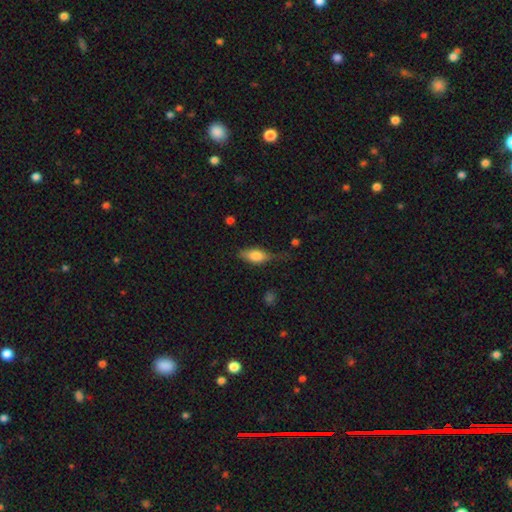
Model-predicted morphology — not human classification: Overall: smooth (75%). How rounded: in between (81%). Merging: none (53%; minor disturbance 31%).